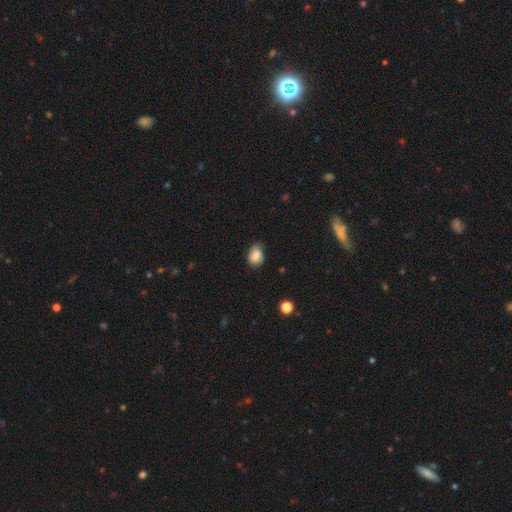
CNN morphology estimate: smooth-or-featured: smooth: 76% | featured or disk: 15% | star or artifact: 9%
  how-rounded: in between: 66% | round: 33% | cigar-shaped: 1%
  merging: none: 64% | minor disturbance: 29% | major disturbance: 5% | merger: 2%